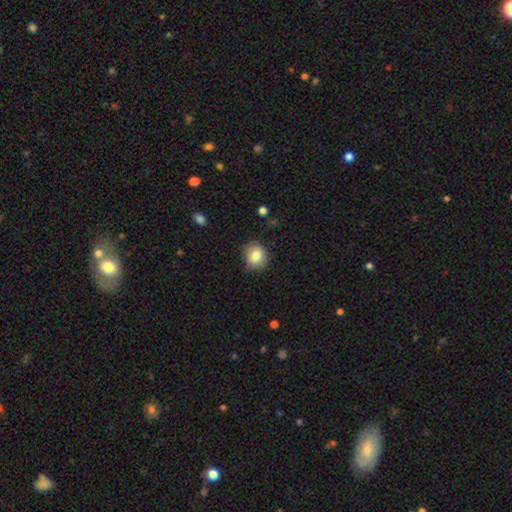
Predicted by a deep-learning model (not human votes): The model was most divided on "how rounded": round: 71%, in between: 28%, cigar-shaped: 1%. More confident: smooth or featured — smooth (81%); merging — none (77%).